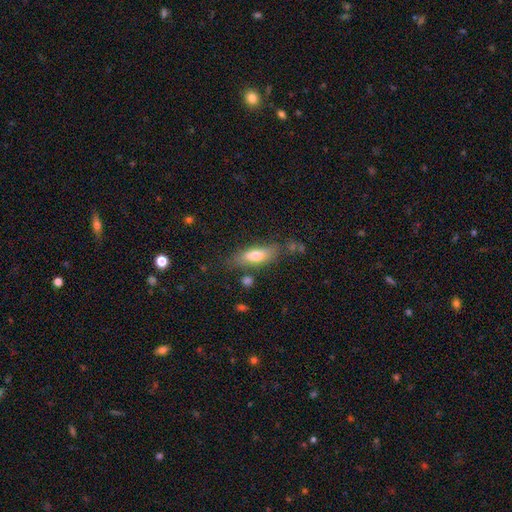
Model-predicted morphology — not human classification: smooth_or_featured: smooth (p=0.68) [alt: featured or disk p=0.25]
how_rounded: in between (p=0.58) [alt: cigar-shaped p=0.39]
merging: none (p=0.72) [alt: minor disturbance p=0.17]